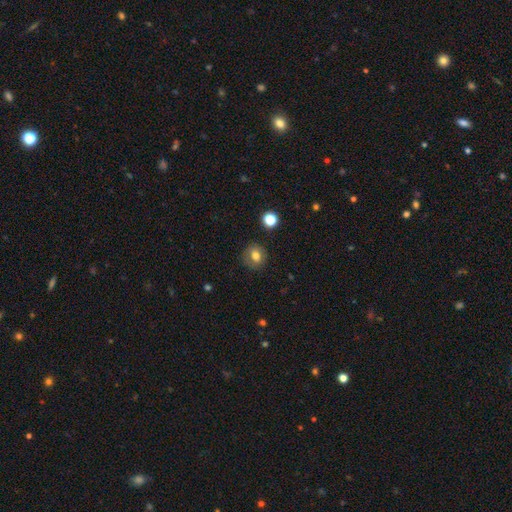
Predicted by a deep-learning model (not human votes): Smooth or featured? Predicted: smooth (p=0.71). How rounded? Predicted: round (p=0.74). Merging? Predicted: none (p=0.85).